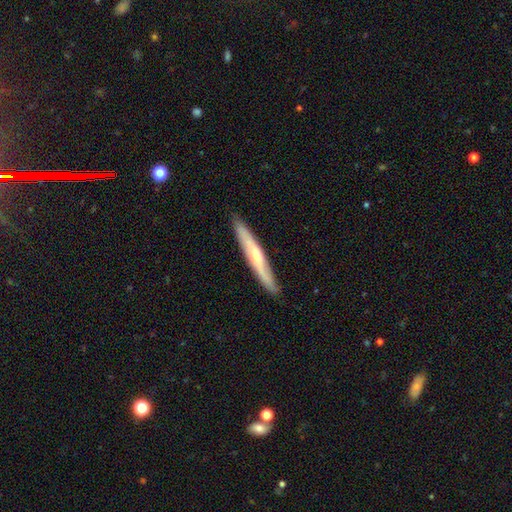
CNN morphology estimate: smooth-or-featured: featured or disk: 56% | smooth: 38% | star or artifact: 6%
  disk-edge-on: yes: 84% | no: 16%
  merging: none: 88% | minor disturbance: 9% | major disturbance: 2% | merger: 1%